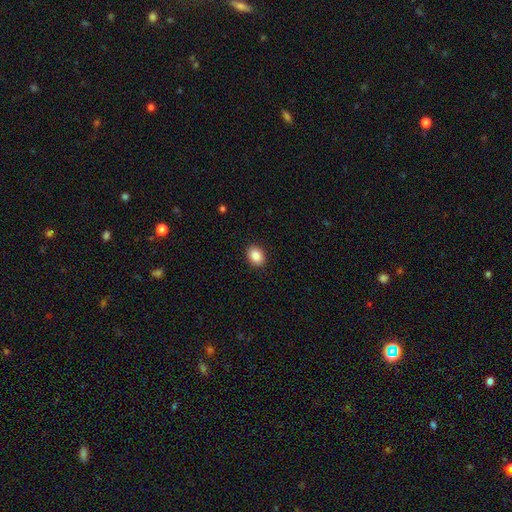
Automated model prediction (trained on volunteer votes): smooth-or-featured: smooth: 88% | star or artifact: 8% | featured or disk: 4%
  how-rounded: in between: 66% | round: 34% | cigar-shaped: 1%
  merging: none: 90% | minor disturbance: 7% | major disturbance: 2% | merger: 1%